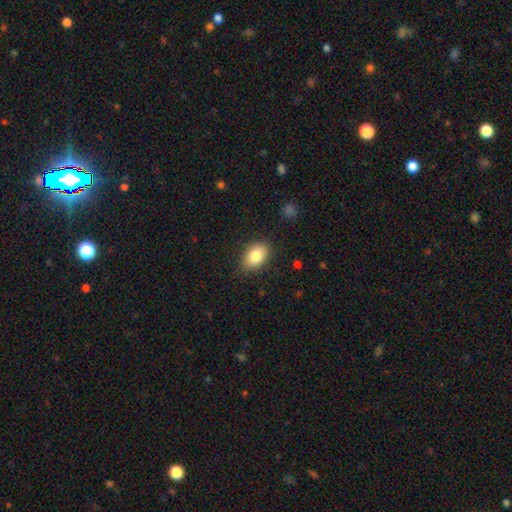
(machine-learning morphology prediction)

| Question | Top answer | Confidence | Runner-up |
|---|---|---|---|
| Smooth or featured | smooth | 83% | featured or disk (9%) |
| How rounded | in between | 85% | round (14%) |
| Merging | none | 83% | minor disturbance (13%) |